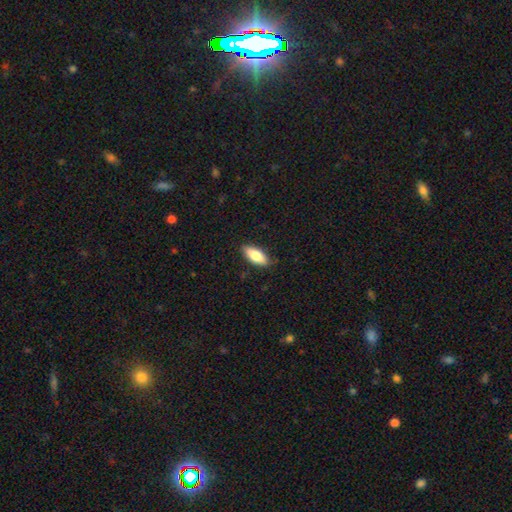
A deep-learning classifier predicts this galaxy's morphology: This is clearly a smooth galaxy (81%). How rounded: clearly in between (83%). Merging: clearly none (86%).